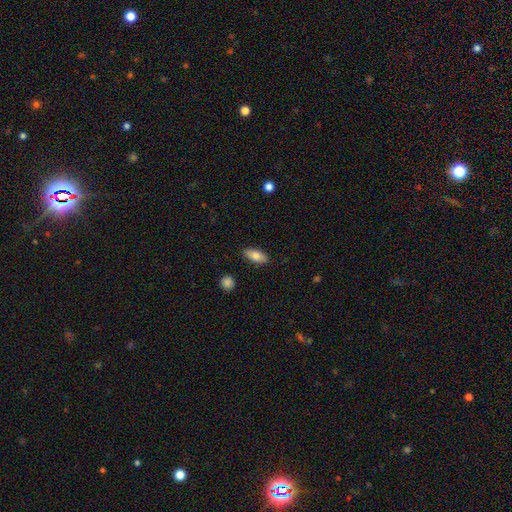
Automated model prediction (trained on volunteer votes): The model was most divided on "smooth or featured": smooth: 81%, featured or disk: 12%, star or artifact: 7%. More confident: merging — none (88%); how rounded — in between (86%).